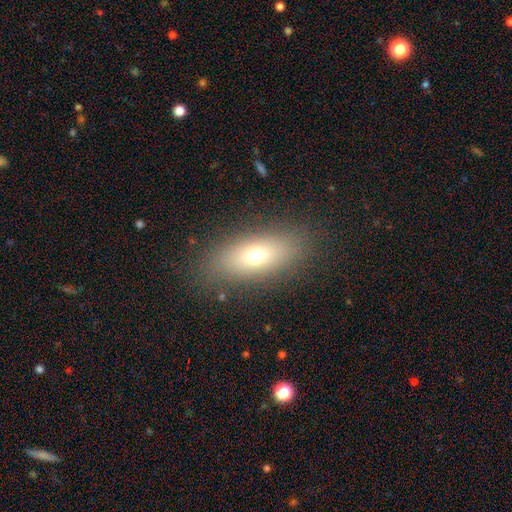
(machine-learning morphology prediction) type=smooth (67%); roundness=in between (78%); merging=none (84%).